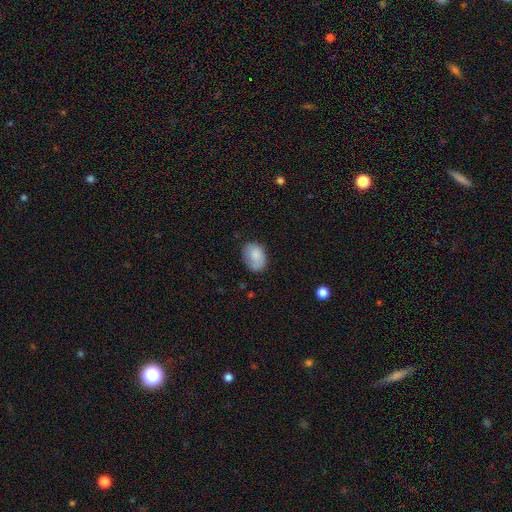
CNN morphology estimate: Overall: smooth (84%). How rounded: in between (77%). Merging: none (68%).